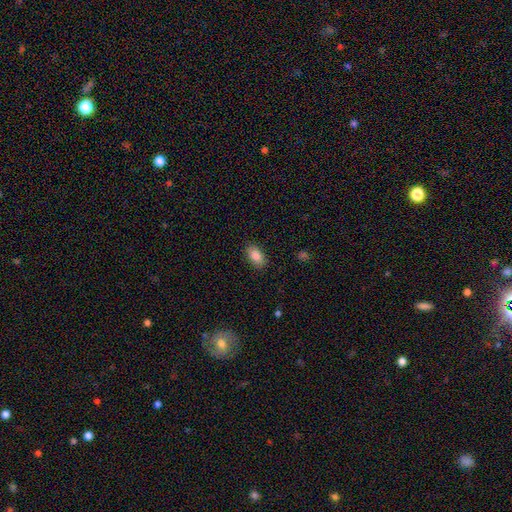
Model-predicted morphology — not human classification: A smooth galaxy with no disk features (86%) that is in between round and cigar-shaped (92%).

Vote fractions:
- Smooth or featured? smooth: 86% / star or artifact: 8% / featured or disk: 7%
- How rounded? in between: 92% / round: 5% / cigar-shaped: 3%
- Merging? none: 87% / minor disturbance: 10% / major disturbance: 2% / merger: 1%